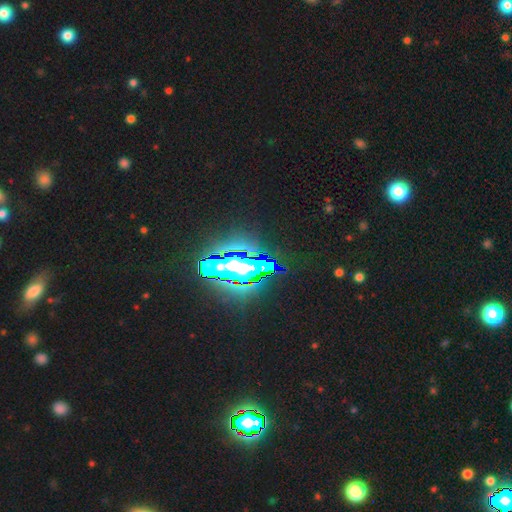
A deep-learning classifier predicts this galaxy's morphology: star or artifact 81%, featured or disk 10%, smooth 10%.